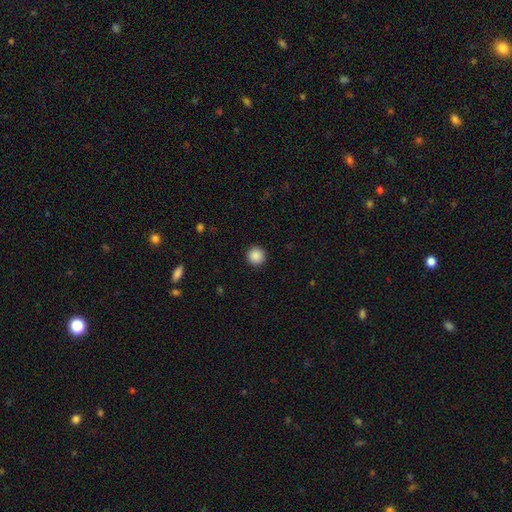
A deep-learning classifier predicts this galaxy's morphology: A smooth galaxy with no disk features (88%) that is round (96%).

Vote fractions:
- Smooth or featured? smooth: 88% / star or artifact: 9% / featured or disk: 3%
- How rounded? round: 96% / in between: 3% / cigar-shaped: 1%
- Merging? none: 93% / minor disturbance: 5% / major disturbance: 2% / merger: 1%